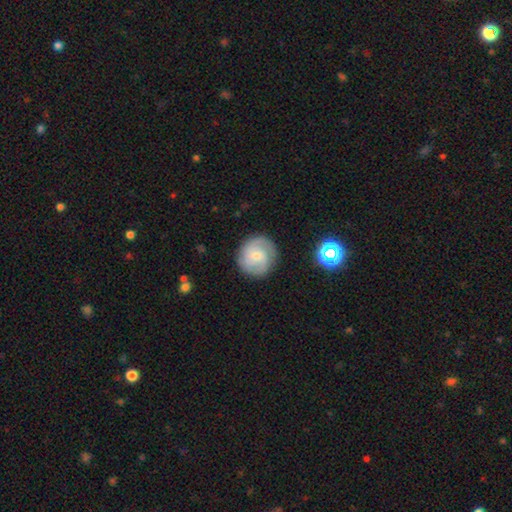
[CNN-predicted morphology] Smooth or featured?
  - featured or disk: 66% *
  - smooth: 27%
  - star or artifact: 7%
Edge-on disk?
  - no: 98% *
  - yes: 2%
Bar?
  - no: 62% *
  - weak: 33%
  - strong: 5%
Spiral arms?
  - yes: 93% *
  - no: 7%
Spiral winding?
  - tight: 49% *
  - medium: 39%
  - loose: 12%
Spiral arm count?
  - 2: 38% *
  - 3: 24%
  - can't tell: 23%
  - 4: 6%
  - 1: 5%
  - more than 4: 4%
Bulge size?
  - small: 70% *
  - moderate: 25%
  - none: 3%
  - large: 2%
  - dominant: 1%
Merging?
  - none: 82% *
  - minor disturbance: 12%
  - major disturbance: 4%
  - merger: 2%